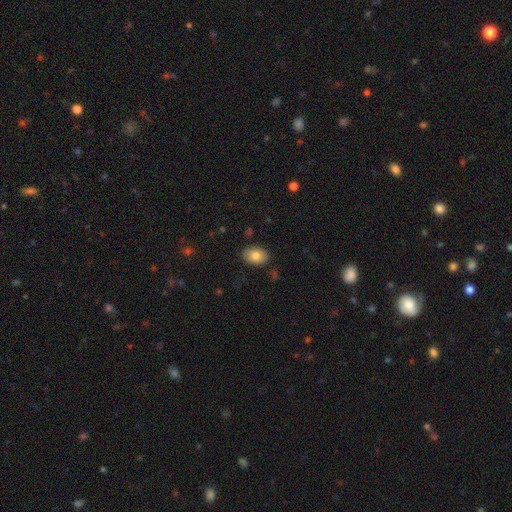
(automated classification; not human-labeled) smooth_or_featured: smooth (p=0.82) [alt: featured or disk p=0.11]
how_rounded: in between (p=0.84) [alt: round p=0.15]
merging: none (p=0.85) [alt: minor disturbance p=0.11]